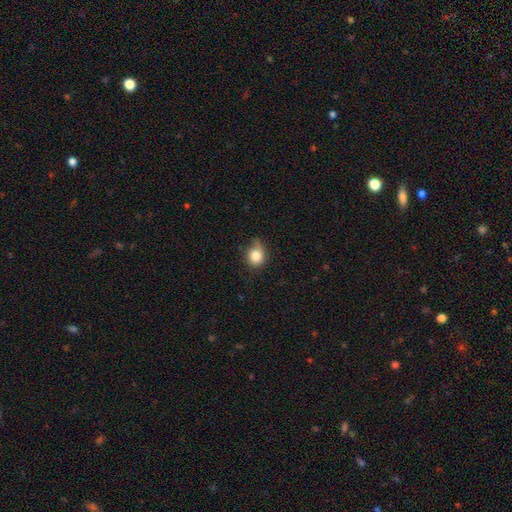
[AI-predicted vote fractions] Smooth or featured? smooth (82%)
How rounded? round (67%)
Merging? none (51%)